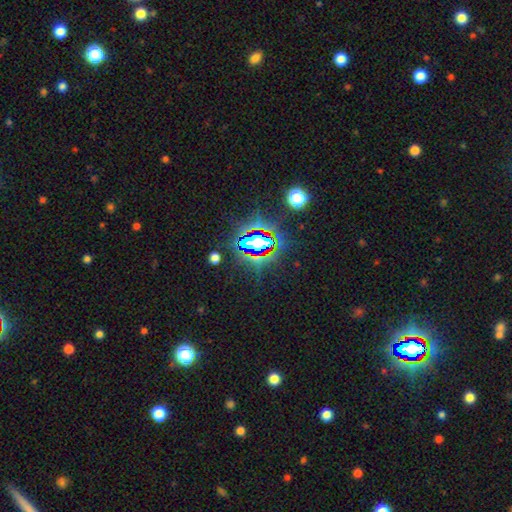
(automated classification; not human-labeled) Smooth or featured? star or artifact (73%)